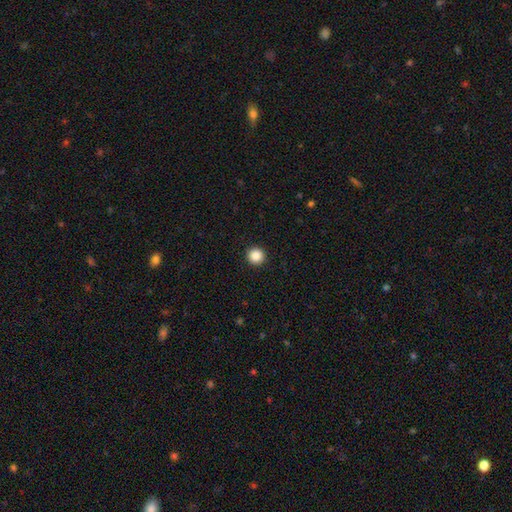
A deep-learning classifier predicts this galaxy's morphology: Smooth or featured?
  - smooth: 87% *
  - star or artifact: 10%
  - featured or disk: 3%
How rounded?
  - round: 96% *
  - in between: 3%
  - cigar-shaped: 1%
Merging?
  - none: 94% *
  - minor disturbance: 4%
  - major disturbance: 1%
  - merger: 1%